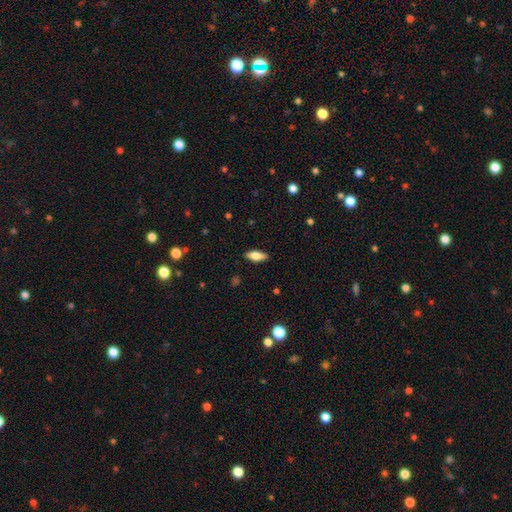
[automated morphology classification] Q: Smooth or featured?
A: smooth (70%); runner-up: featured or disk (23%)
Q: How rounded?
A: in between (78%); runner-up: cigar-shaped (20%)
Q: Merging?
A: none (88%); runner-up: minor disturbance (9%)